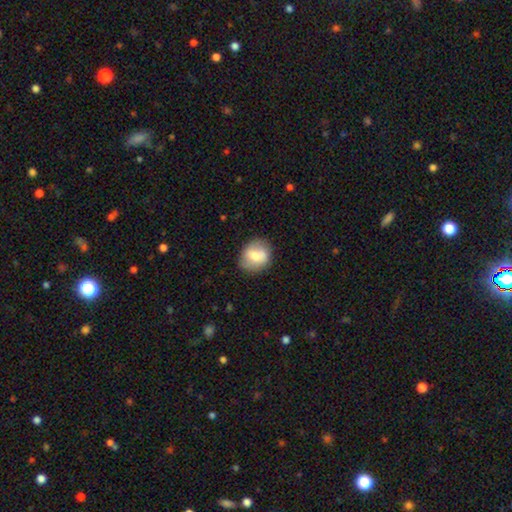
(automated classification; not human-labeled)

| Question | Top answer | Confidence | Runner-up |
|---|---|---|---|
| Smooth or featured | smooth | 66% | featured or disk (27%) |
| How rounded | round | 65% | in between (34%) |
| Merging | none | 77% | minor disturbance (16%) |